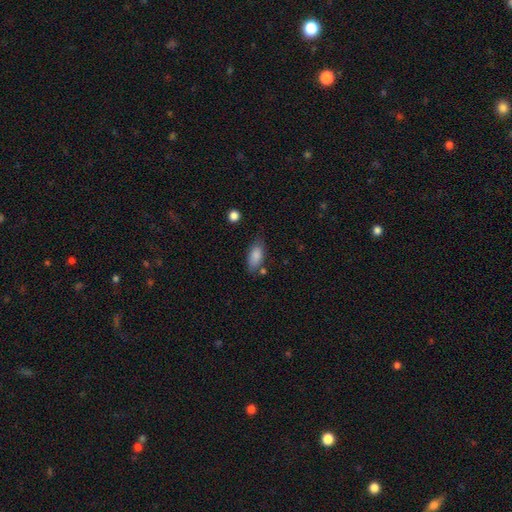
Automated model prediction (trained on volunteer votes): This is clearly a smooth galaxy (86%). How rounded: clearly in between (88%). Merging: likely none (67%).